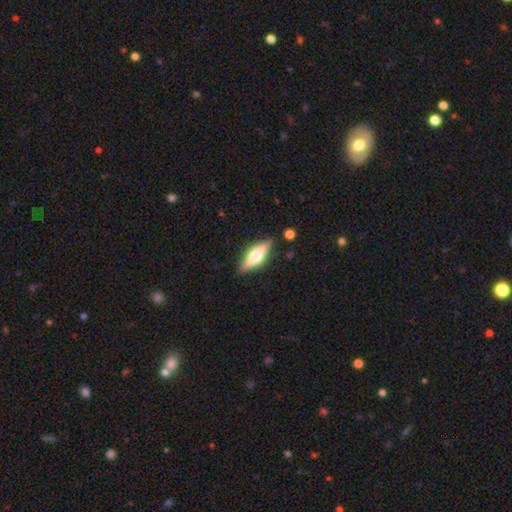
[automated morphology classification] Q: Smooth or featured?
A: featured or disk (49%); runner-up: smooth (45%)
Q: Merging?
A: none (83%); runner-up: minor disturbance (12%)